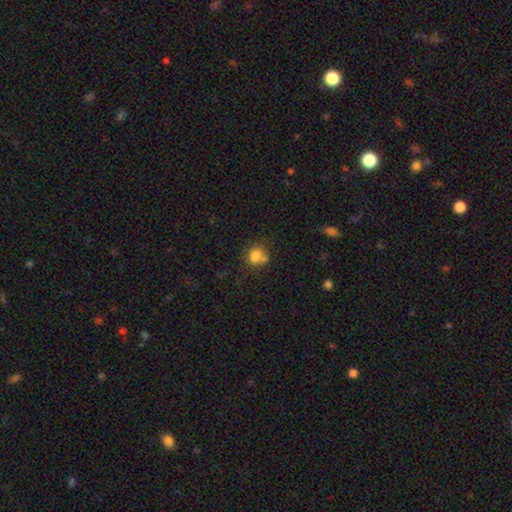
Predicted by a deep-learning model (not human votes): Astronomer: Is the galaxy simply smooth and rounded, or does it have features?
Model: smooth — 75%.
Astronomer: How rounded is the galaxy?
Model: round — 62% (runner-up: in between, 37%).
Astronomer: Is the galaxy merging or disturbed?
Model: none — 44% (runner-up: merger, 29%).